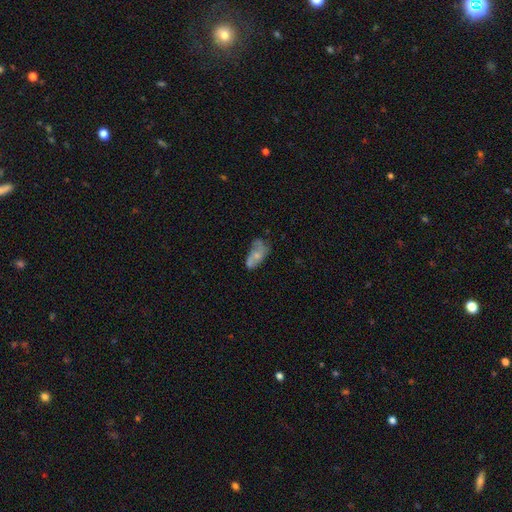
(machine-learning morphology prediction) smooth-or-featured: smooth: 52% | featured or disk: 39% | star or artifact: 10%
  how-rounded: in between: 86% | round: 7% | cigar-shaped: 7%
  merging: none: 33% | merger: 27% | minor disturbance: 24% | major disturbance: 16%